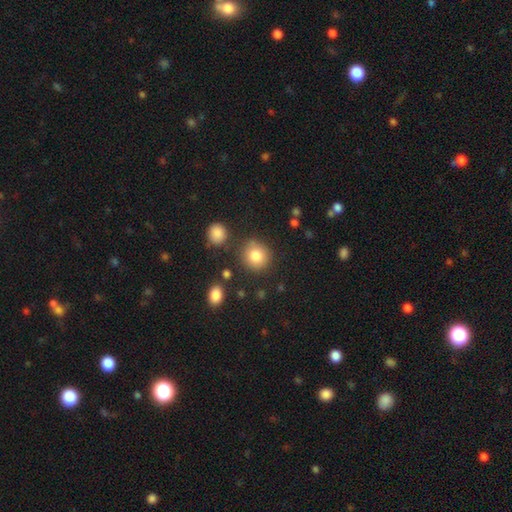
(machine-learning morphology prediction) This appears to be a smooth galaxy with no disk features (83%) that is round (88%). Merging: none (78%).